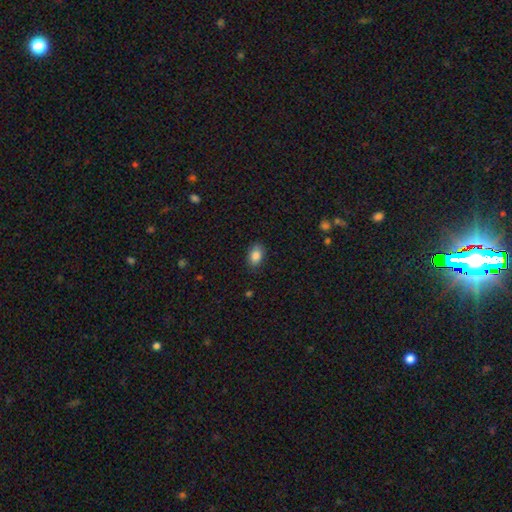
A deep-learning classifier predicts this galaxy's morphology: Smooth or featured? smooth (86%)
How rounded? in between (84%)
Merging? none (84%)